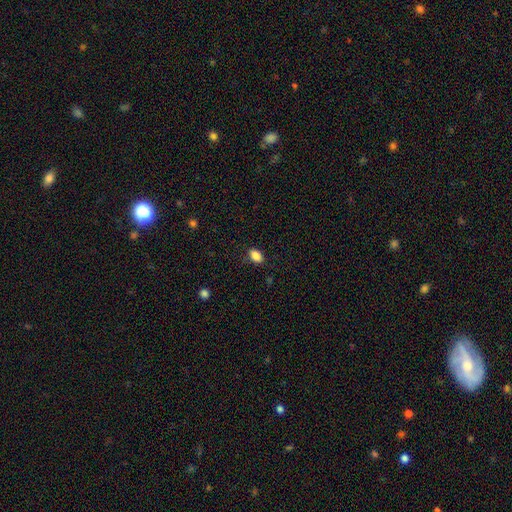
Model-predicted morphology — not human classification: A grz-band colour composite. It shows a smooth galaxy with no disk features (88%) that is in between round and cigar-shaped (87%). Merging: none (85%).